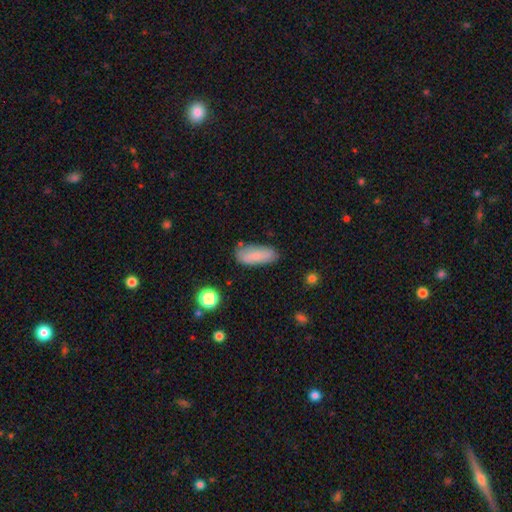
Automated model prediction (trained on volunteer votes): Smooth or featured? Predicted: smooth (p=0.82). How rounded? Predicted: in between (p=0.76). Merging? Predicted: none (p=0.74).